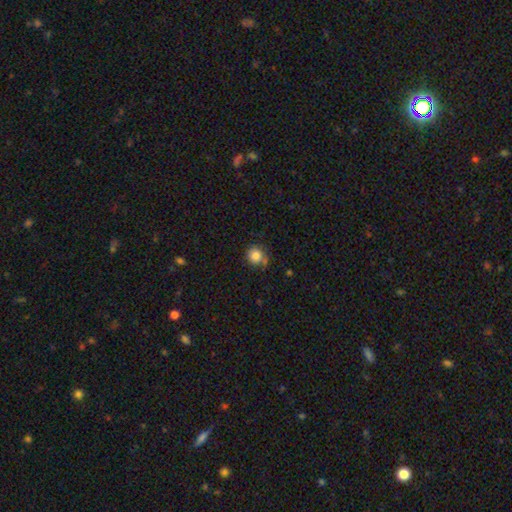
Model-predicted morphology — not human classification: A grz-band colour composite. It shows a smooth galaxy with no disk features (83%) that is round (89%). Merging: none (68%).